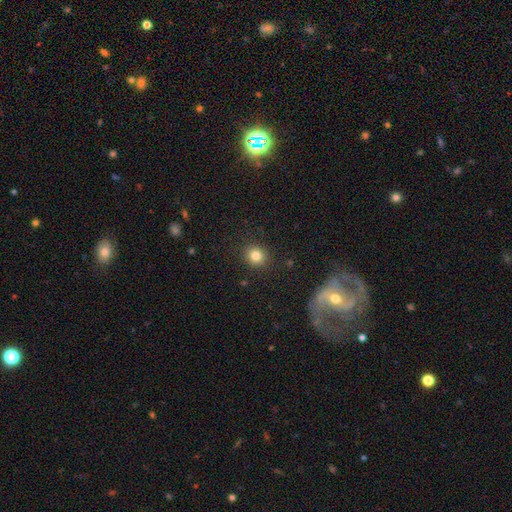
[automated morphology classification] Overall: smooth (83%). How rounded: round (83%). Merging: none (89%).